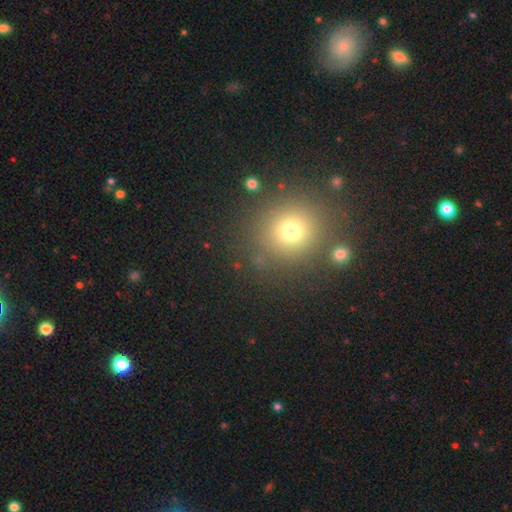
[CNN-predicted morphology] The model was most divided on "smooth or featured": smooth: 65%, star or artifact: 27%, featured or disk: 9%. More confident: how rounded — round (90%); merging — none (86%).